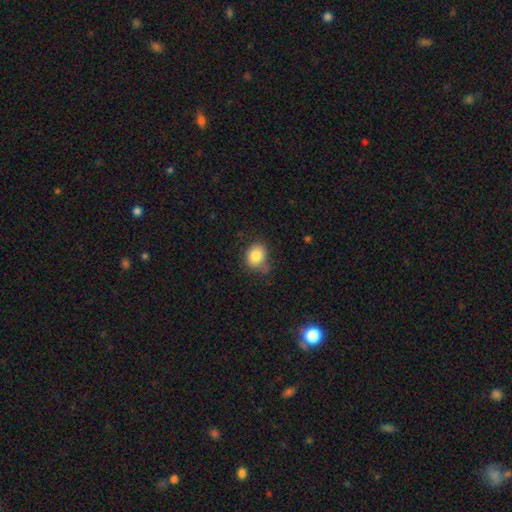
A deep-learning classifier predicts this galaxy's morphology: smooth 82%, star or artifact 10%, featured or disk 8%. Down the decision tree: how rounded — round (63%); merging — none (56%).